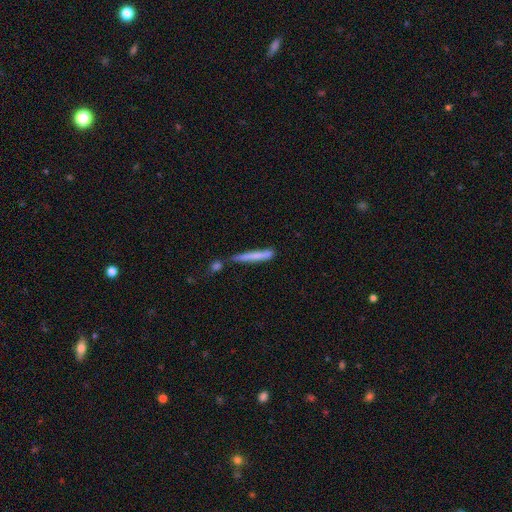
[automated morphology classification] Smooth or featured: smooth — 66% (featured or disk — 27%)
How rounded: cigar-shaped — 95% (in between — 3%)
Merging: none — 57% (minor disturbance — 20%)